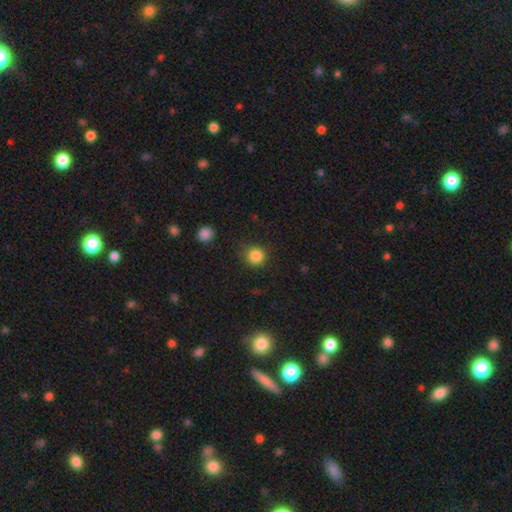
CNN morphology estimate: Q: Smooth or featured?
A: smooth (85%); runner-up: star or artifact (11%)
Q: How rounded?
A: round (93%); runner-up: in between (6%)
Q: Merging?
A: none (83%); runner-up: minor disturbance (11%)